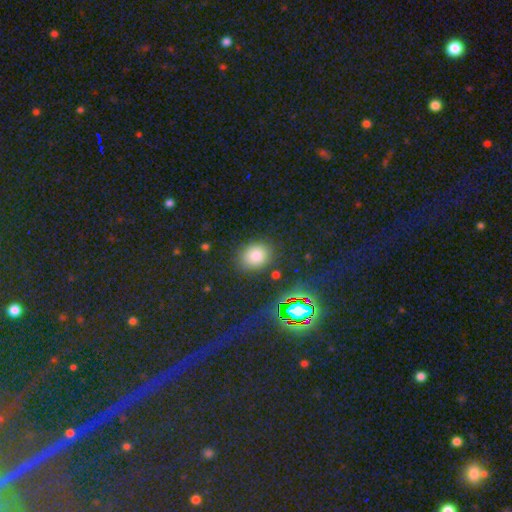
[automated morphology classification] Q: Smooth or featured?
A: smooth (77%); runner-up: star or artifact (17%)
Q: How rounded?
A: round (52%); runner-up: in between (47%)
Q: Merging?
A: none (81%); runner-up: minor disturbance (12%)